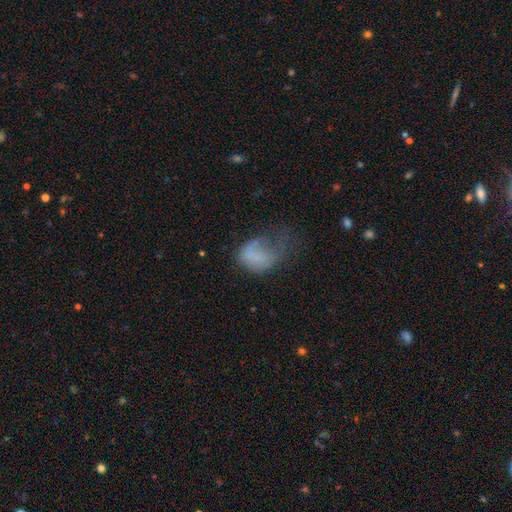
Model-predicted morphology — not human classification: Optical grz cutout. It shows a smooth galaxy with no disk features (61%) that is in between round and cigar-shaped (75%). Merging: major disturbance (60%).